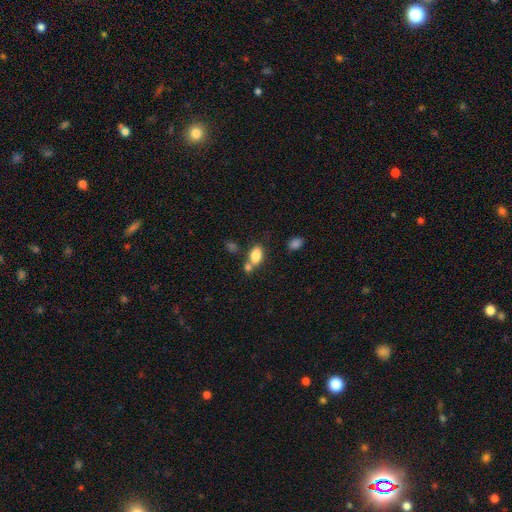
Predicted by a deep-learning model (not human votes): smooth 82%, featured or disk 9%, star or artifact 9%. Down the decision tree: how rounded — in between (87%); merging — none (50%).